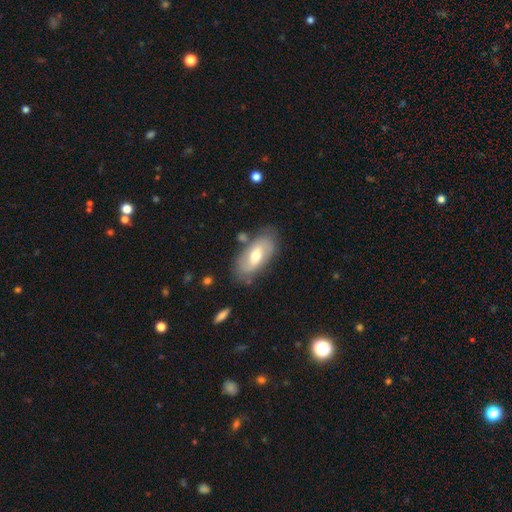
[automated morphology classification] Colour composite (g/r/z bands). It shows a smooth galaxy with no disk features (47%, tied with featured or disk). Merging: none (74%).